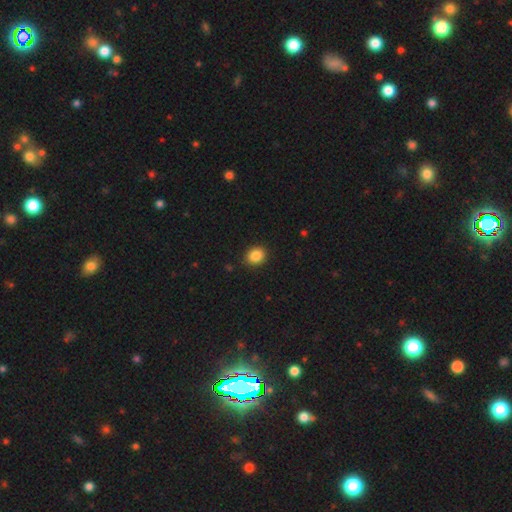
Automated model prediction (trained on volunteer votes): Smooth or featured? smooth (87%)
How rounded? round (64%)
Merging? none (89%)